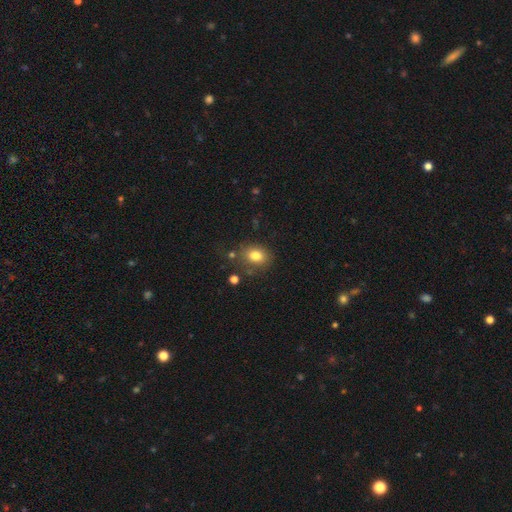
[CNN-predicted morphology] A smooth galaxy with no disk features (80%) that is in between round and cigar-shaped (55%).

Vote fractions:
- Smooth or featured? smooth: 80% / star or artifact: 11% / featured or disk: 9%
- How rounded? in between: 55% / round: 44% / cigar-shaped: 1%
- Merging? none: 75% / minor disturbance: 14% / merger: 6% / major disturbance: 5%